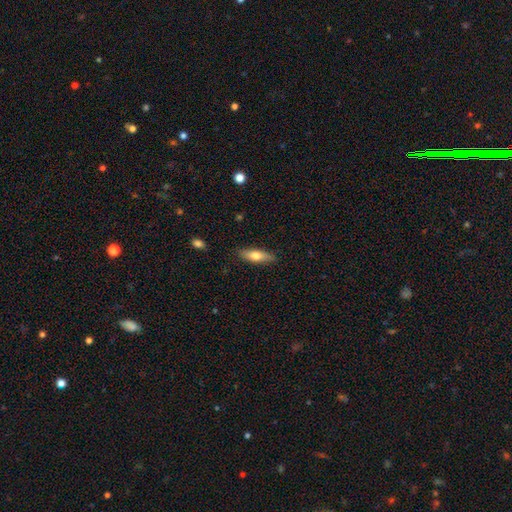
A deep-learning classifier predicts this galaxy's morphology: Smooth or featured? smooth (68%)
How rounded? in between (50%)
Merging? none (87%)